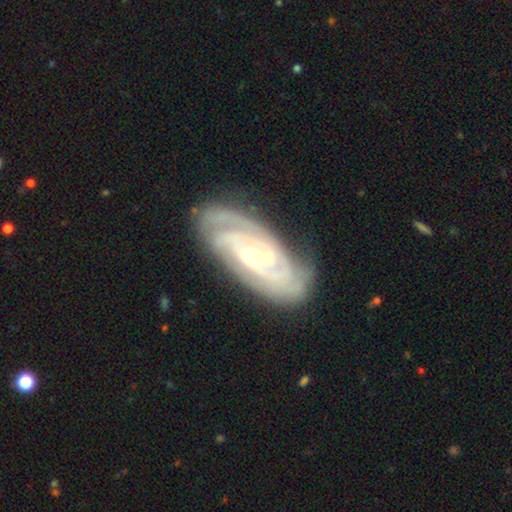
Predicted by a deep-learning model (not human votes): Smooth or featured: featured or disk — 90% (smooth — 5%)
Edge-on disk: no — 95% (yes — 5%)
Bar: weak — 41% (no — 40%)
Spiral arms: yes — 98% (no — 2%)
Spiral winding: tight — 73% (medium — 23%)
Spiral arm count: 3 — 28% (2 — 25%)
Bulge size: small — 67% (moderate — 29%)
Merging: none — 81% (minor disturbance — 15%)